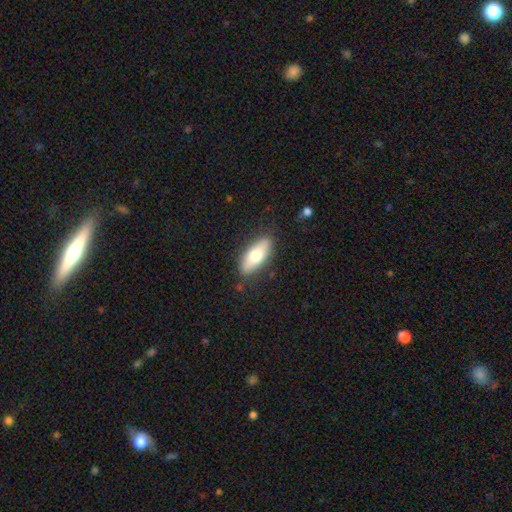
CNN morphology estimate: Overall: smooth (67%). How rounded: in between (71%). Merging: none (85%).